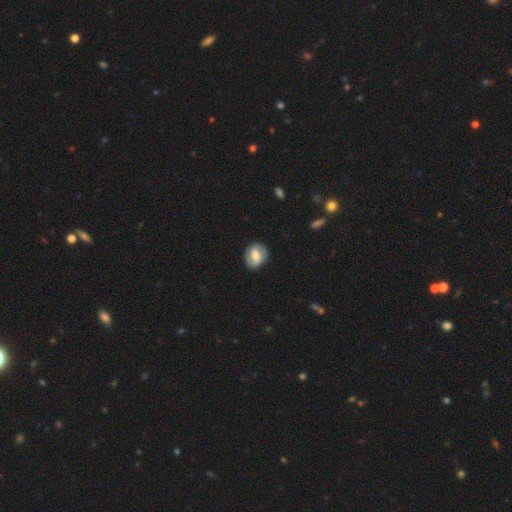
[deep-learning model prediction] Overall: smooth (53%; featured or disk 40%). How rounded: in between (49%, tied with round). Merging: none (83%).